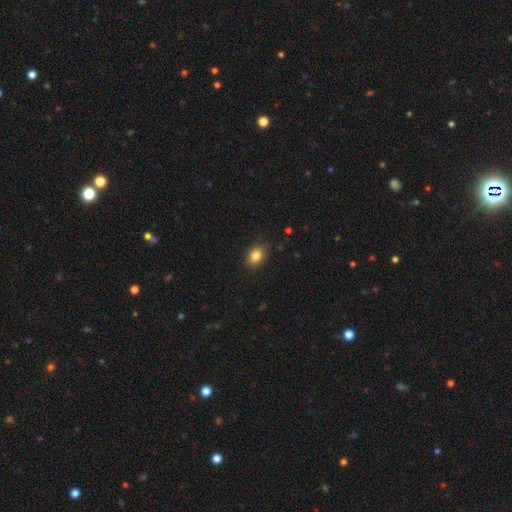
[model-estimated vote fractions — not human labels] smooth-or-featured: smooth: 85% | star or artifact: 9% | featured or disk: 6%
  how-rounded: in between: 70% | round: 28% | cigar-shaped: 1%
  merging: none: 86% | minor disturbance: 11% | major disturbance: 2% | merger: 1%